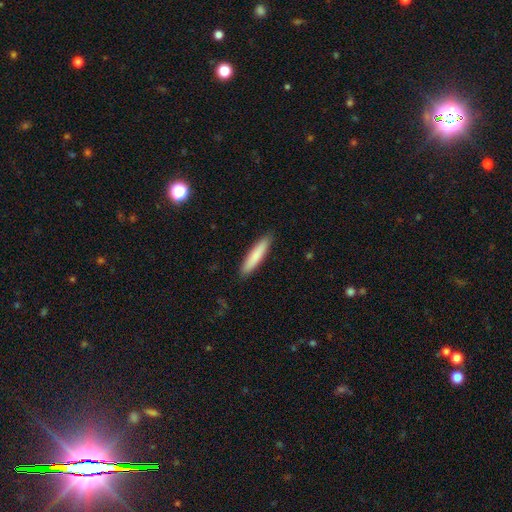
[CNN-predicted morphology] A smooth galaxy with no disk features (82%) that is cigar-shaped (87%).

Vote fractions:
- Smooth or featured? smooth: 82% / featured or disk: 13% / star or artifact: 5%
- How rounded? cigar-shaped: 87% / in between: 12% / round: 1%
- Merging? none: 90% / minor disturbance: 8% / major disturbance: 2% / merger: 1%